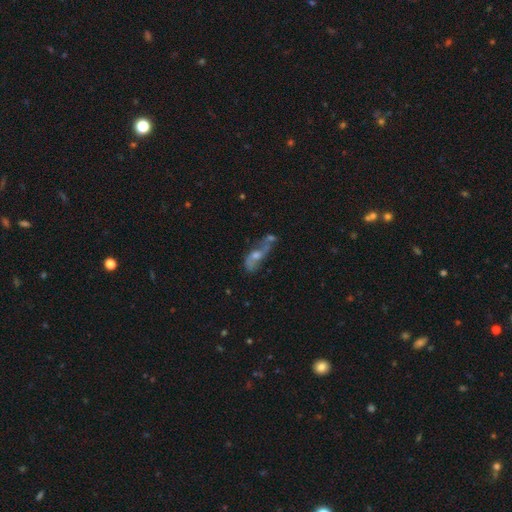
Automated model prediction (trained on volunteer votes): Q: Smooth or featured?
A: featured or disk (63%); runner-up: smooth (24%)
Q: Edge-on disk?
A: no (82%); runner-up: yes (18%)
Q: Bar?
A: no (65%); runner-up: weak (27%)
Q: Spiral arms?
A: yes (70%); runner-up: no (30%)
Q: Bulge size?
A: moderate (54%); runner-up: small (29%)
Q: Merging?
A: none (37%); runner-up: merger (27%)